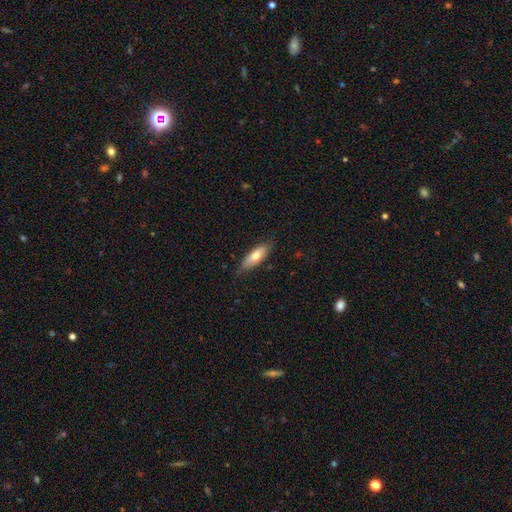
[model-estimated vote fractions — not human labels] smooth-or-featured: smooth: 71% | featured or disk: 23% | star or artifact: 6%
  how-rounded: in between: 61% | cigar-shaped: 37% | round: 2%
  merging: none: 77% | minor disturbance: 19% | major disturbance: 3% | merger: 1%